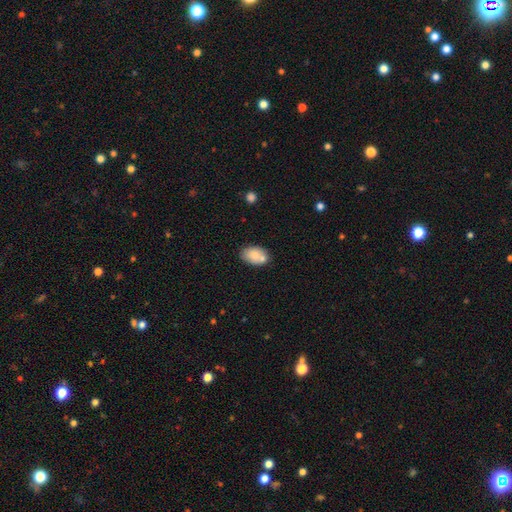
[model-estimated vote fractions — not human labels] A smooth galaxy with no disk features (77%) that is in between round and cigar-shaped (87%). Merging: none (60%).